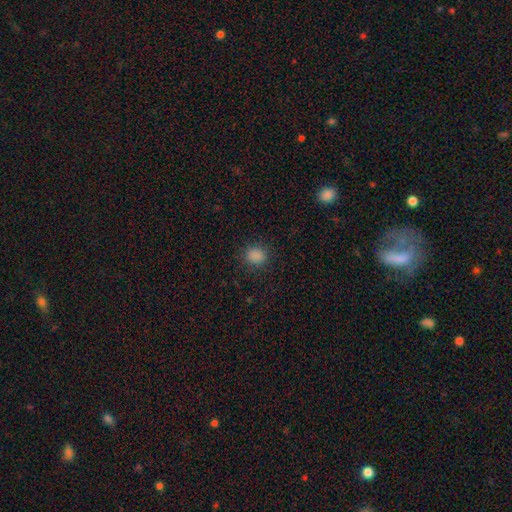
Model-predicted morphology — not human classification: smooth_or_featured: smooth (p=0.85) [alt: star or artifact p=0.12]
how_rounded: round (p=0.62) [alt: in between p=0.37]
merging: none (p=0.86) [alt: minor disturbance p=0.09]